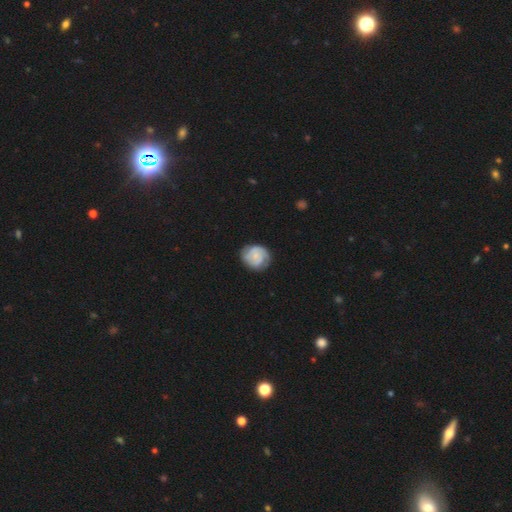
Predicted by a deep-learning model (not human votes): A featured or disk galaxy (56%) with no bar (71%), spiral arms (89%) and a small central bulge (62%). Merging: none (75%).